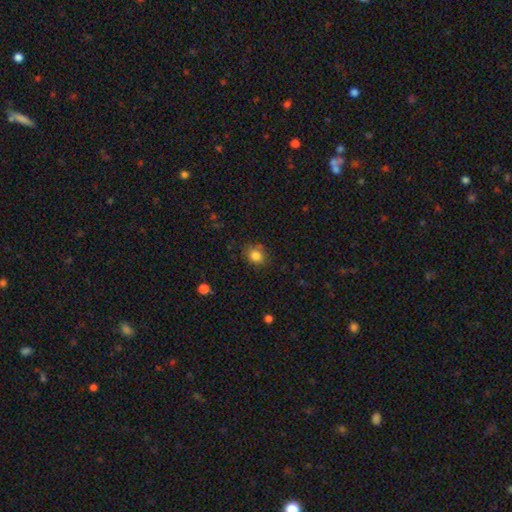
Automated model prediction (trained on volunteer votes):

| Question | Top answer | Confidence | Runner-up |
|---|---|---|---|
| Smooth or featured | smooth | 83% | star or artifact (11%) |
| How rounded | round | 68% | in between (32%) |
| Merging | none | 78% | minor disturbance (15%) |